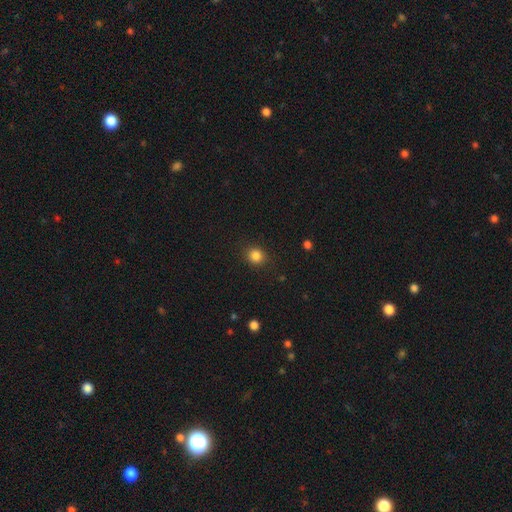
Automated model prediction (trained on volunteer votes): This is clearly a smooth galaxy (85%). How rounded: clearly round (85%). Merging: clearly none (89%).